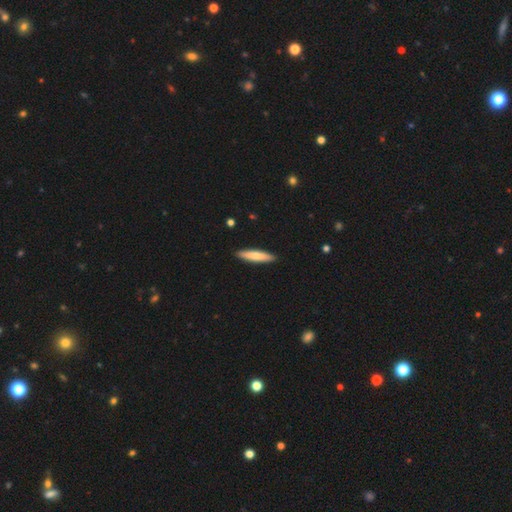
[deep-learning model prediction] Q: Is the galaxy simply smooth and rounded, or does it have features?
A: smooth — 74%.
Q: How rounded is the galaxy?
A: cigar-shaped — 86%.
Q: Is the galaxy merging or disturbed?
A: none — 91%.